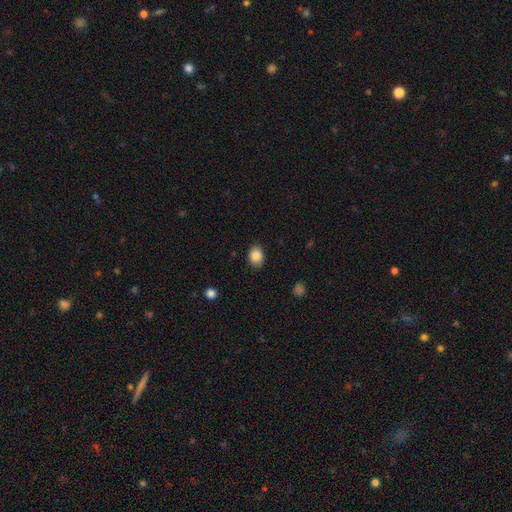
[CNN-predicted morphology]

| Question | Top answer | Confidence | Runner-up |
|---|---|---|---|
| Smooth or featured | smooth | 85% | star or artifact (9%) |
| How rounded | in between | 64% | round (36%) |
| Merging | none | 84% | minor disturbance (13%) |